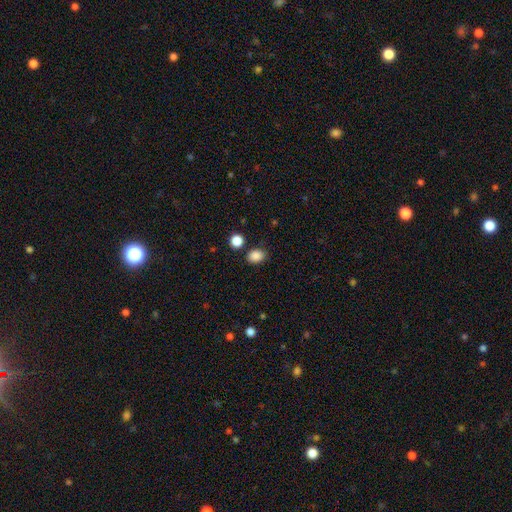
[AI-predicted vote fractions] Q: Smooth or featured?
A: smooth (86%); runner-up: star or artifact (10%)
Q: How rounded?
A: in between (62%); runner-up: round (37%)
Q: Merging?
A: none (80%); runner-up: minor disturbance (12%)